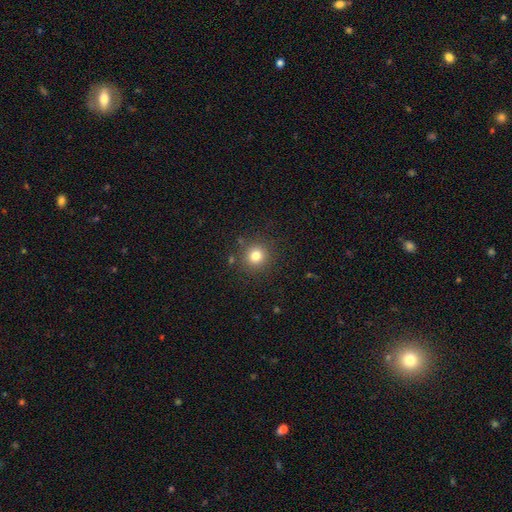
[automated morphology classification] This is likely a smooth galaxy (80%). How rounded: clearly round (93%). Merging: clearly none (88%).